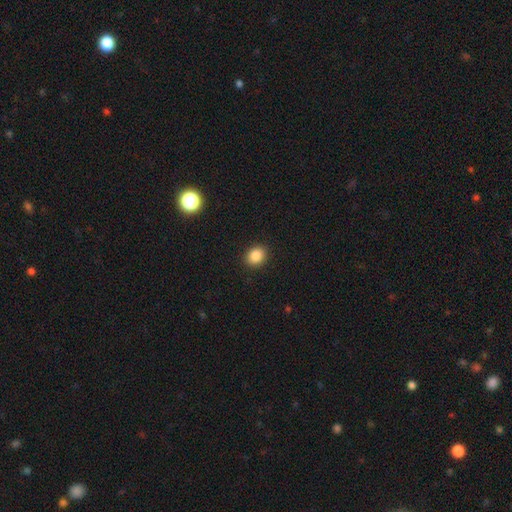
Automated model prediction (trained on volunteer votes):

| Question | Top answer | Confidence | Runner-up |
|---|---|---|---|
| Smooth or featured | smooth | 86% | star or artifact (10%) |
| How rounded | round | 57% | in between (42%) |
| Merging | none | 91% | minor disturbance (6%) |